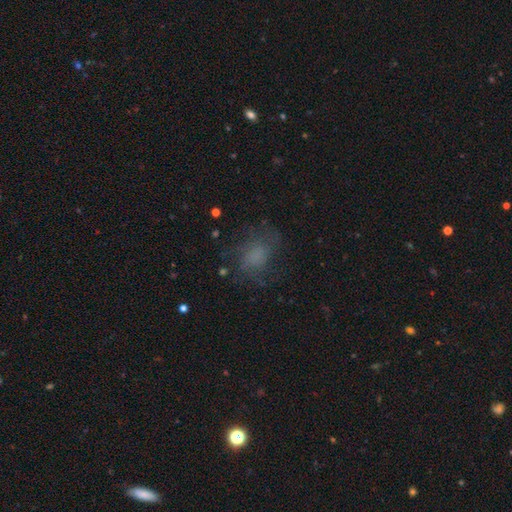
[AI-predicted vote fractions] Smooth or featured: smooth — 50% (featured or disk — 31%)
Merging: none — 62% (minor disturbance — 19%)